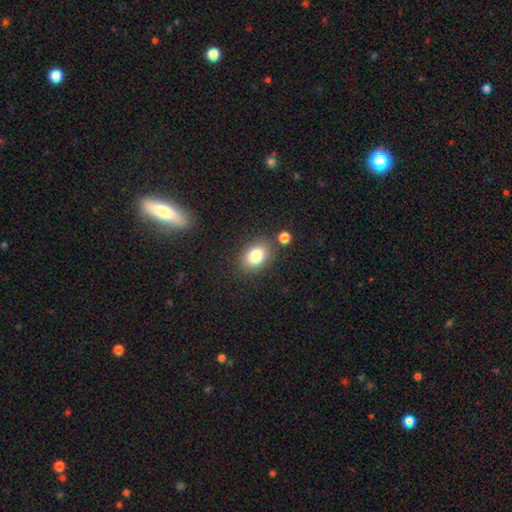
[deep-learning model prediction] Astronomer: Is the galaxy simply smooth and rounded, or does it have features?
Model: smooth — 82%.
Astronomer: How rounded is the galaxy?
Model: in between — 69%.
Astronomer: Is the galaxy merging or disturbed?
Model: none — 78%.